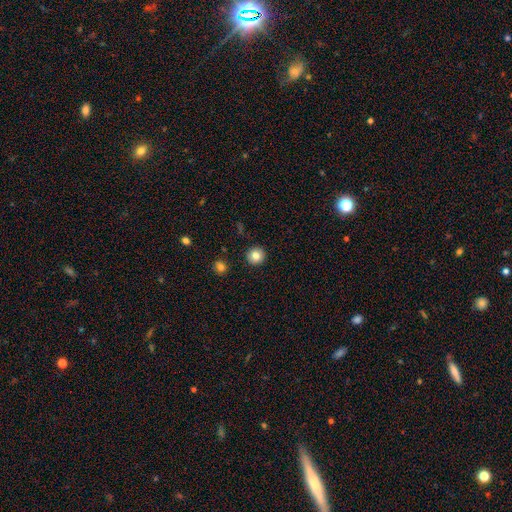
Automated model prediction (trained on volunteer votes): This is clearly a smooth galaxy (83%). How rounded: clearly round (94%). Merging: clearly none (93%).